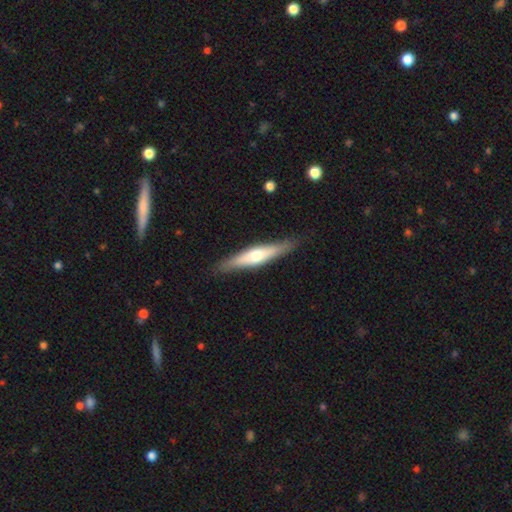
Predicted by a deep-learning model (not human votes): Smooth or featured? featured or disk (54%)
Edge-on disk? yes (92%)
Merging? none (87%)